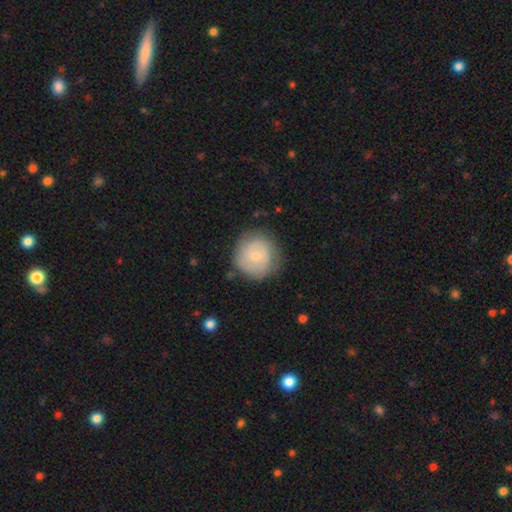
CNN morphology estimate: Smooth or featured?
  - smooth: 58% *
  - featured or disk: 35%
  - star or artifact: 7%
How rounded?
  - round: 92% *
  - in between: 7%
  - cigar-shaped: 1%
Merging?
  - none: 75% *
  - minor disturbance: 18%
  - major disturbance: 6%
  - merger: 2%